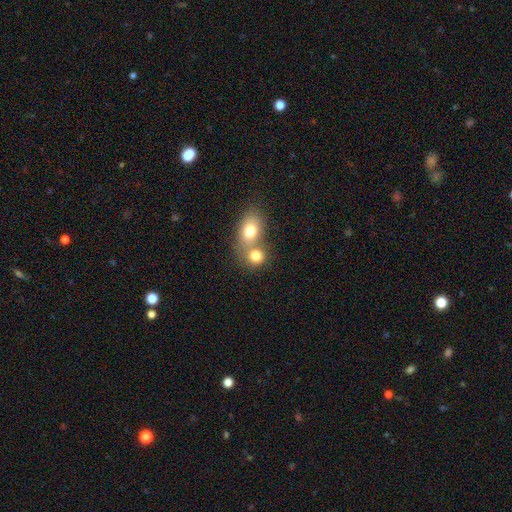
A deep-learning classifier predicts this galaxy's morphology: Smooth or featured? Predicted: smooth (p=0.77). How rounded? Predicted: round (p=0.67). Merging? Predicted: merger (p=0.55).